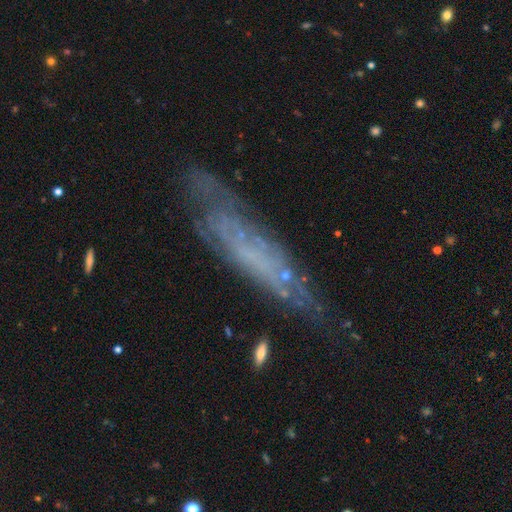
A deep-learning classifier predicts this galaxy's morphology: A featured or disk galaxy (62%). Merging: none (66%).